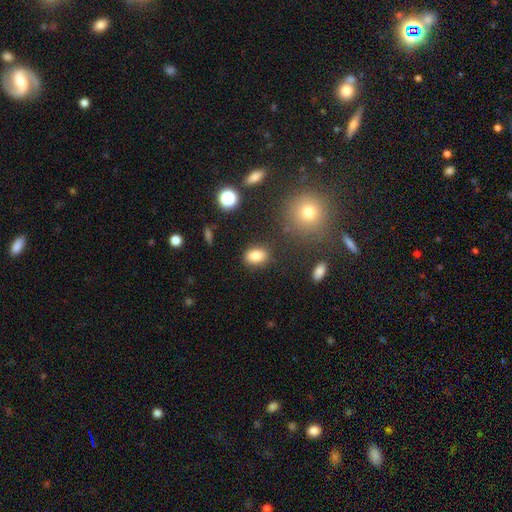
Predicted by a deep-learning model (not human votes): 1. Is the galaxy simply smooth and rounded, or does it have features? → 81% smooth, 10% star or artifact, 8% featured or disk.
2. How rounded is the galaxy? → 79% in between, 19% round, 2% cigar-shaped.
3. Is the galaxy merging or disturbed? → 84% none, 10% minor disturbance, 3% major disturbance, 3% merger.